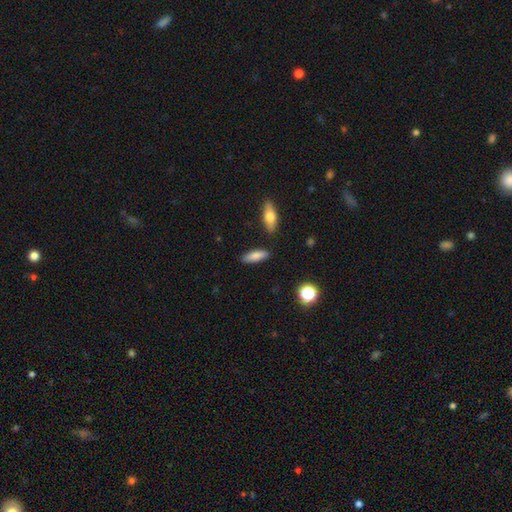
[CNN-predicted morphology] Smooth or featured? smooth (81%)
How rounded? in between (54%)
Merging? none (85%)